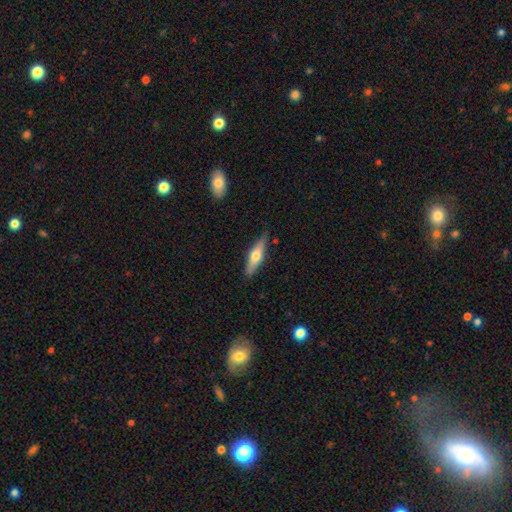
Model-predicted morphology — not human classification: Smooth or featured? featured or disk (52%)
Edge-on disk? yes (93%)
Merging? none (86%)